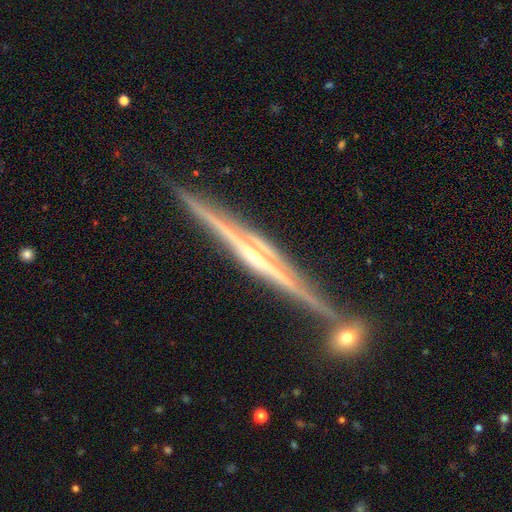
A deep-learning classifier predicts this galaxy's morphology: A featured or disk galaxy (87%) viewed edge-on (98%) with a rounded central bulge (58%).

Vote fractions:
- Smooth or featured? featured or disk: 87% / star or artifact: 7% / smooth: 6%
- Edge-on disk? yes: 98% / no: 2%
- Edge-on bulge? rounded: 58% / none: 25% / boxy: 17%
- Merging? none: 81% / minor disturbance: 10% / merger: 6% / major disturbance: 3%